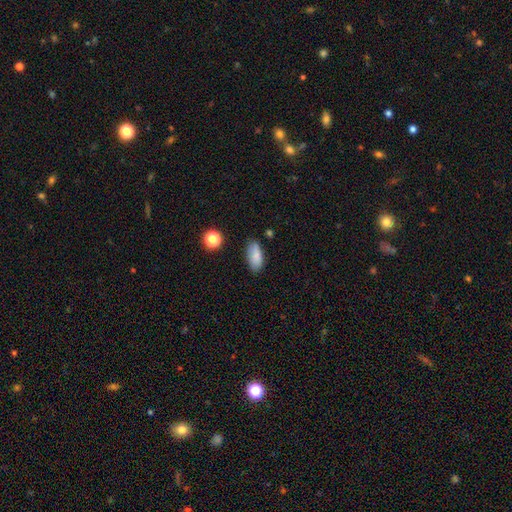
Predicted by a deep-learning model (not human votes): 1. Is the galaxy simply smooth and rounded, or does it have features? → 84% smooth, 8% star or artifact, 8% featured or disk.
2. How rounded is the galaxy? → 88% in between, 9% cigar-shaped, 4% round.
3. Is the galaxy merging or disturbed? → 79% none, 15% minor disturbance, 3% major disturbance, 3% merger.